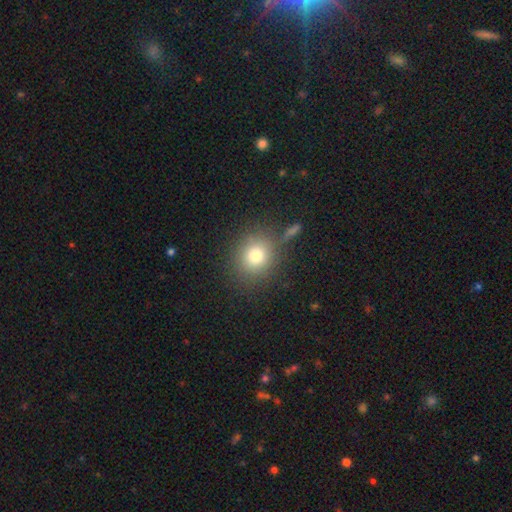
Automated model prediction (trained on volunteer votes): Smooth or featured: smooth — 78% (star or artifact — 13%)
How rounded: round — 79% (in between — 20%)
Merging: none — 77% (minor disturbance — 11%)